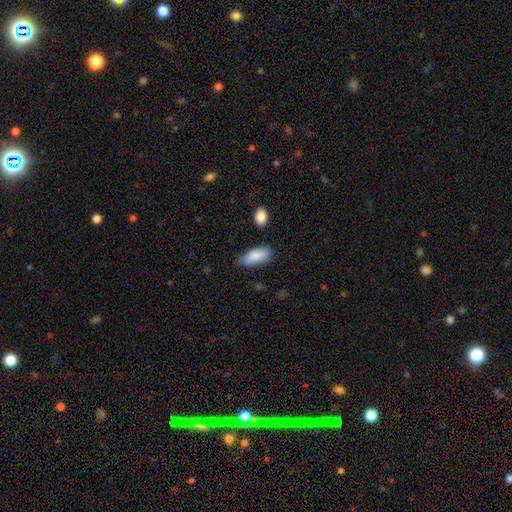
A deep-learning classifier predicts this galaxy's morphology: Smooth or featured: smooth — 87% (featured or disk — 7%)
How rounded: in between — 86% (cigar-shaped — 12%)
Merging: none — 67% (minor disturbance — 25%)